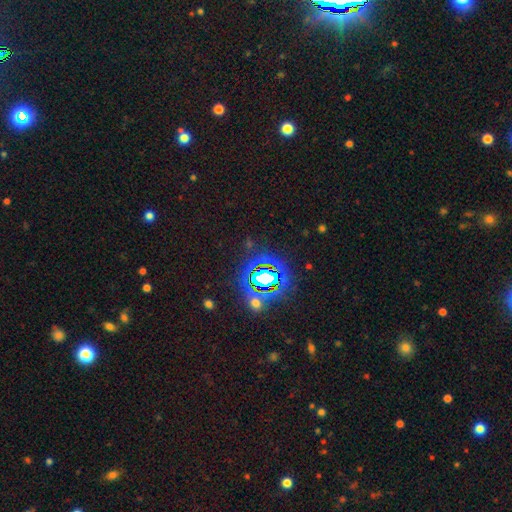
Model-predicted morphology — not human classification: smooth_or_featured: star or artifact (p=0.81) [alt: smooth p=0.11]